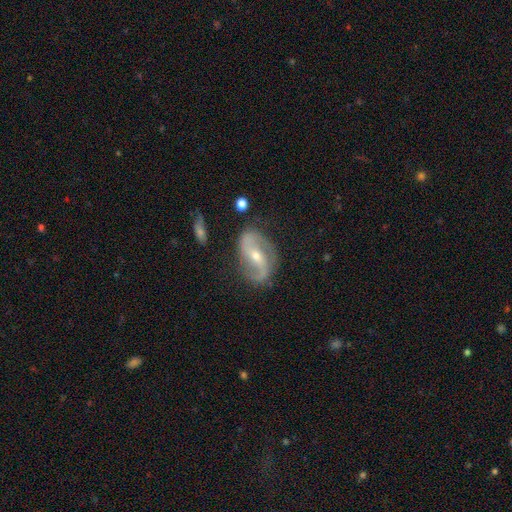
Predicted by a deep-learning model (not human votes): featured or disk 86%, smooth 9%, star or artifact 6%. Down the decision tree: edge-on disk — no (96%); bar — strong (39%); spiral arms — yes (94%); spiral arm count — 2 (90%); spiral winding — loose (47%); bulge size — small (53%); merging — none (76%).